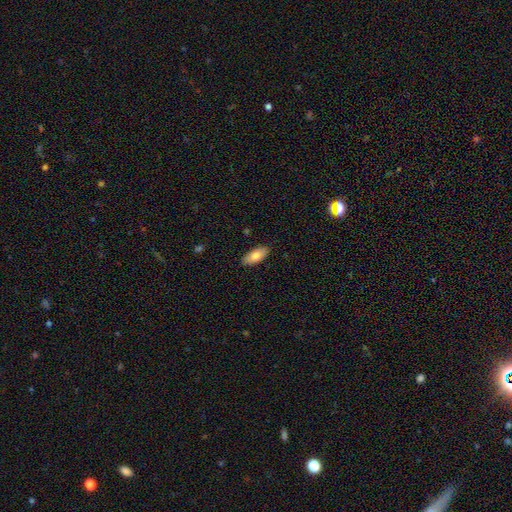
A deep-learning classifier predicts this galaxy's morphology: Smooth or featured? Predicted: smooth (p=0.80). How rounded? Predicted: in between (p=0.85). Merging? Predicted: none (p=0.88).